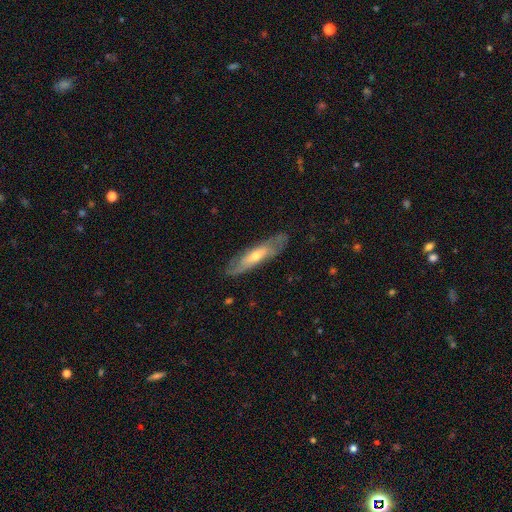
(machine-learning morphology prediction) The model was most divided on "edge-on disk": no: 54%, yes: 46%. More confident: merging — none (77%); smooth or featured — featured or disk (58%).